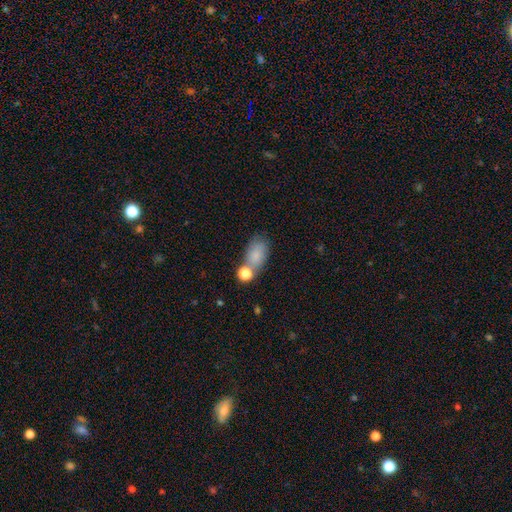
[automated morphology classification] smooth-or-featured: smooth: 81% | star or artifact: 10% | featured or disk: 10%
  how-rounded: in between: 87% | round: 10% | cigar-shaped: 2%
  merging: none: 53% | merger: 24% | minor disturbance: 17% | major disturbance: 6%